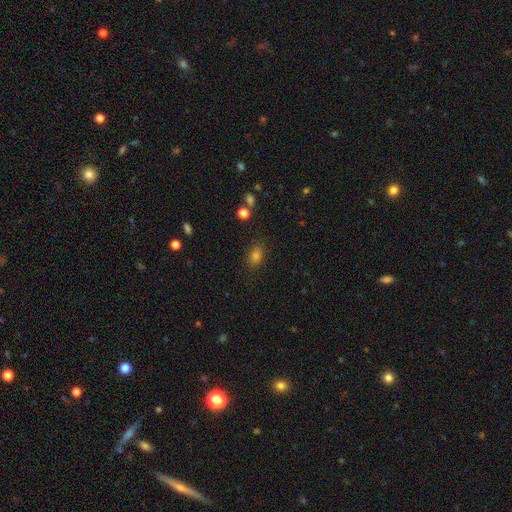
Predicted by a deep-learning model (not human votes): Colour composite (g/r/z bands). It shows a smooth galaxy with no disk features (76%) that is in between round and cigar-shaped (75%). Merging: none (83%).